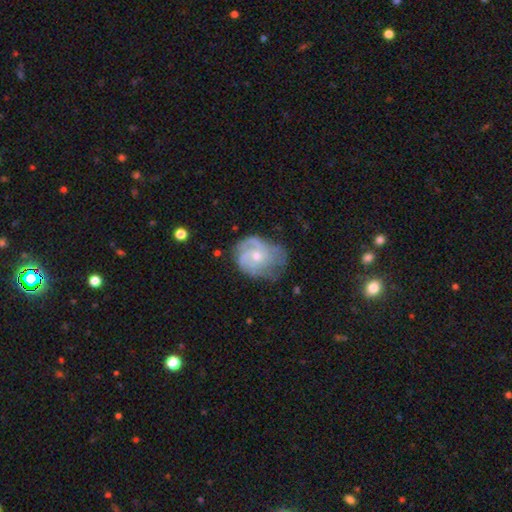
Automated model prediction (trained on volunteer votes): Smooth or featured? featured or disk (77%)
Edge-on disk? no (98%)
Bar? no (75%)
Spiral arms? yes (90%)
Spiral winding? tight (49%)
Spiral arm count? can't tell (29%)
Bulge size? small (53%)
Merging? none (52%)